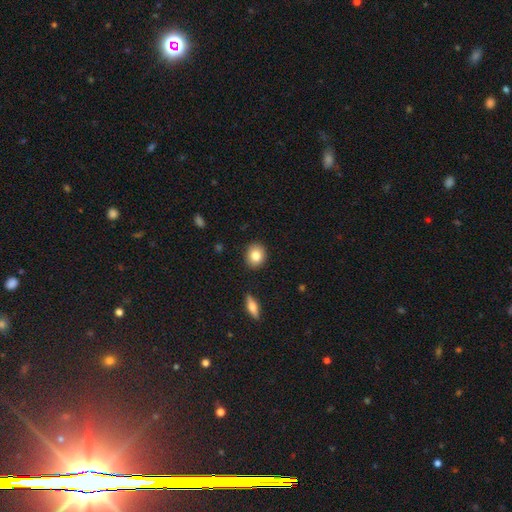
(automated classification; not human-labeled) Smooth or featured: smooth — 82% (featured or disk — 10%)
How rounded: round — 69% (in between — 29%)
Merging: none — 90% (minor disturbance — 7%)